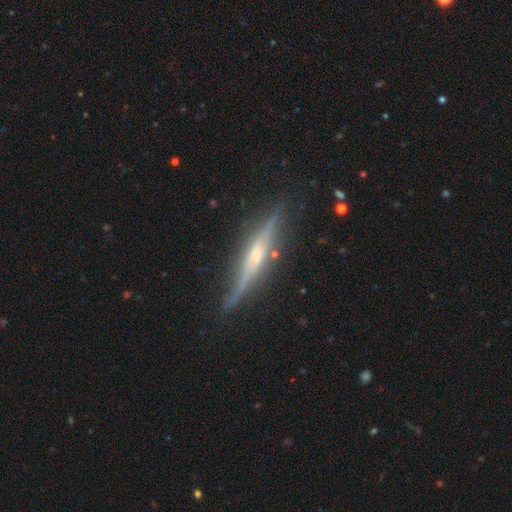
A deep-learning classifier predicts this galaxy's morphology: A featured or disk galaxy (79%) viewed edge-on (97%) with a rounded central bulge (57%).

Vote fractions:
- Smooth or featured? featured or disk: 79% / smooth: 15% / star or artifact: 6%
- Edge-on disk? yes: 97% / no: 3%
- Edge-on bulge? rounded: 57% / none: 23% / boxy: 20%
- Merging? none: 82% / minor disturbance: 13% / major disturbance: 3% / merger: 2%